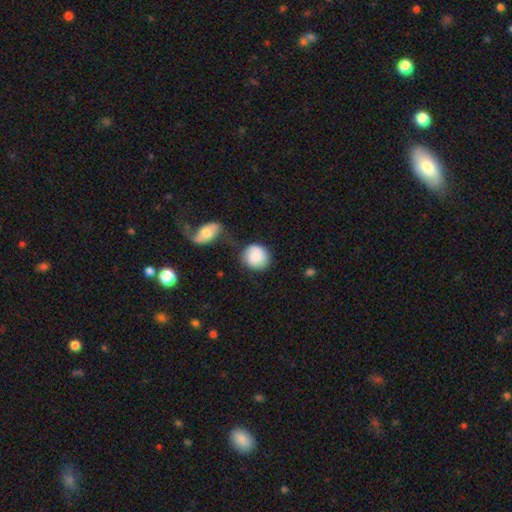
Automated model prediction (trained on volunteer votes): The model was most divided on "merging": none: 63%, minor disturbance: 20%, merger: 10%, major disturbance: 7%. More confident: how rounded — round (83%); smooth or featured — smooth (71%).